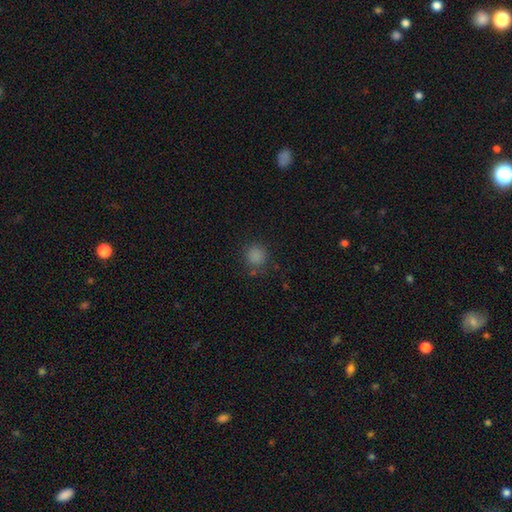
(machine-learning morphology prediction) Overall: smooth (83%). How rounded: round (89%). Merging: none (81%).